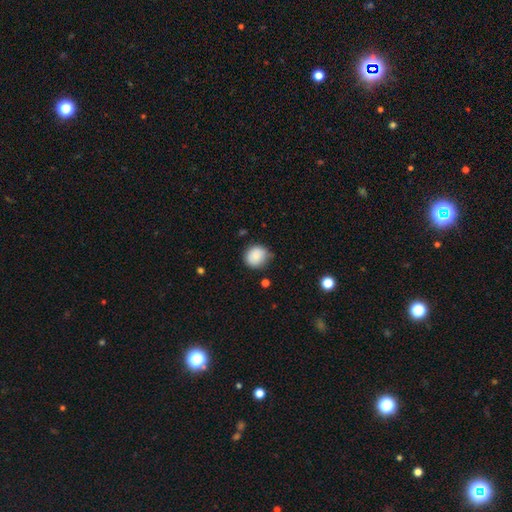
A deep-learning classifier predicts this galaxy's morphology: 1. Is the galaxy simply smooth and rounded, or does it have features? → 83% smooth, 8% star or artifact, 8% featured or disk.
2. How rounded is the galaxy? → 85% round, 14% in between, 1% cigar-shaped.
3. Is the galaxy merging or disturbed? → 72% none, 22% minor disturbance, 4% major disturbance, 2% merger.